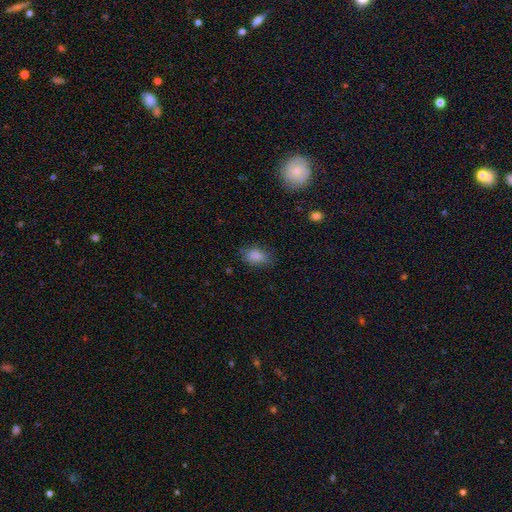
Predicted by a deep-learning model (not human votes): Q: Smooth or featured?
A: smooth (85%); runner-up: star or artifact (9%)
Q: How rounded?
A: in between (86%); runner-up: round (11%)
Q: Merging?
A: none (74%); runner-up: minor disturbance (19%)